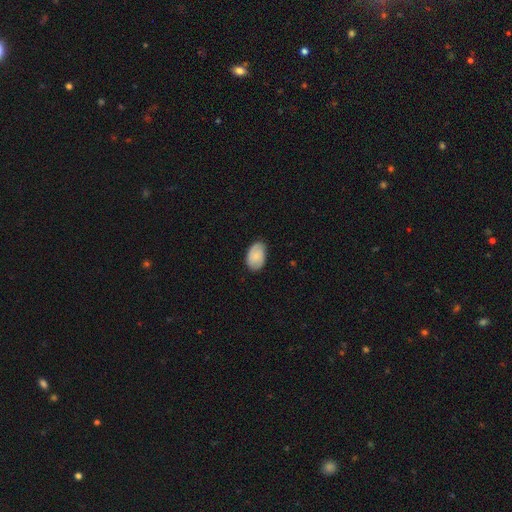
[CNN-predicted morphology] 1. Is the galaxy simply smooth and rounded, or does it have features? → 62% smooth, 31% featured or disk, 7% star or artifact.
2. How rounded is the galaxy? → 88% in between, 11% round, 1% cigar-shaped.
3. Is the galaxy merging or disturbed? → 79% none, 17% minor disturbance, 3% major disturbance, 1% merger.